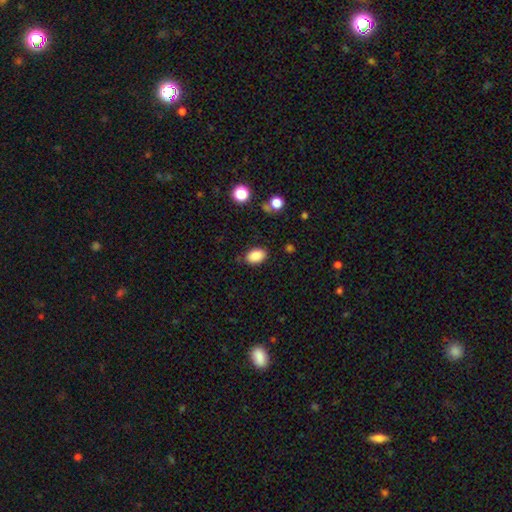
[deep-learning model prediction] smooth 87%, star or artifact 9%, featured or disk 4%. Down the decision tree: how rounded — in between (88%); merging — none (84%).